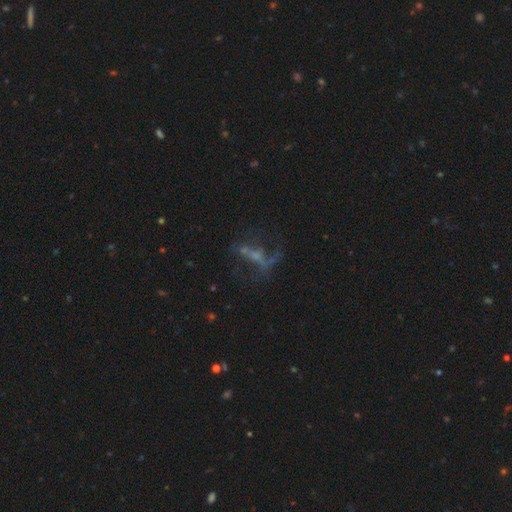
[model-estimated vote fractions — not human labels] This is possibly a featured or disk galaxy (56%). It is clearly not viewed edge-on (84%). Merging: marginally none (44%).